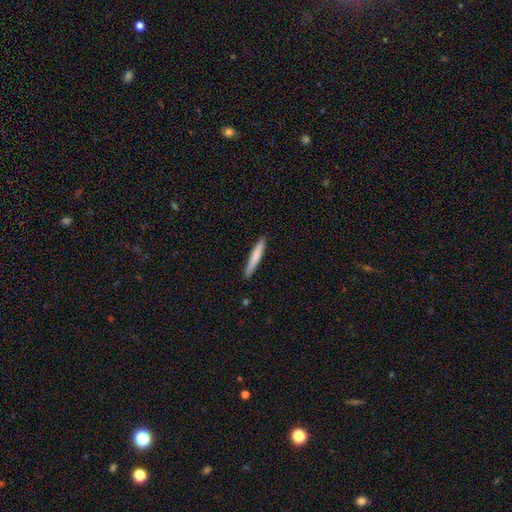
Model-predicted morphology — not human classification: type=smooth (74%); roundness=cigar-shaped (96%); merging=none (91%).